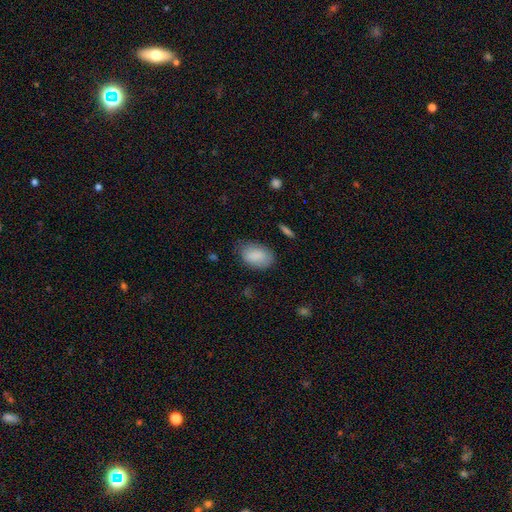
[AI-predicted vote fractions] This is clearly a smooth galaxy (87%). How rounded: clearly in between (89%). Merging: likely none (72%).